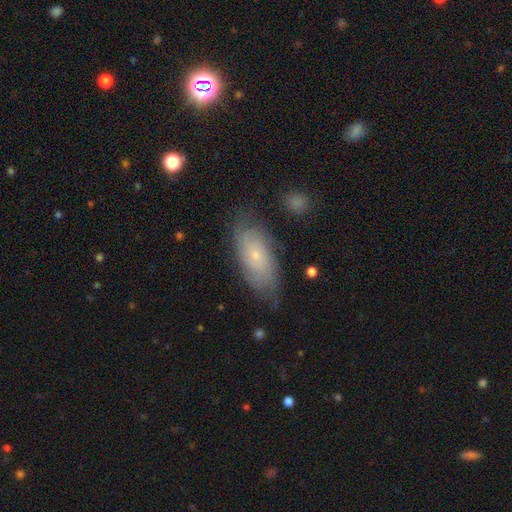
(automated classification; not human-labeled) featured or disk 55%, smooth 37%, star or artifact 8%. Down the decision tree: edge-on disk — no (90%); merging — none (71%).